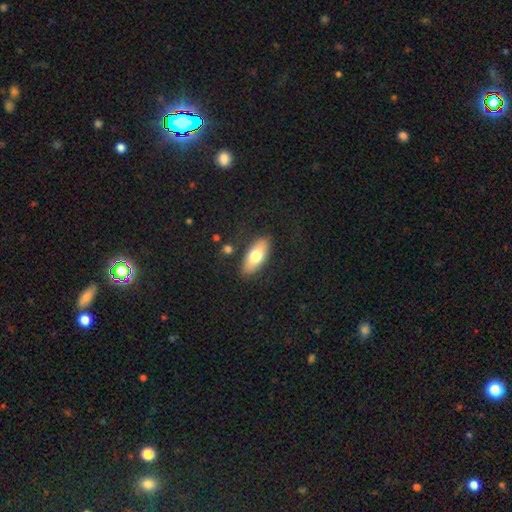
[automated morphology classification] This appears to be a smooth galaxy with no disk features (70%) that is in between round and cigar-shaped (83%). Merging: none (83%).